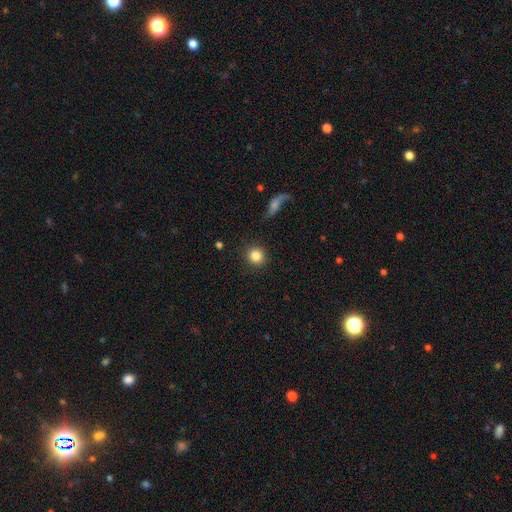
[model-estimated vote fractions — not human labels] This appears to be a smooth galaxy with no disk features (85%) that is round (92%). Merging: none (90%).